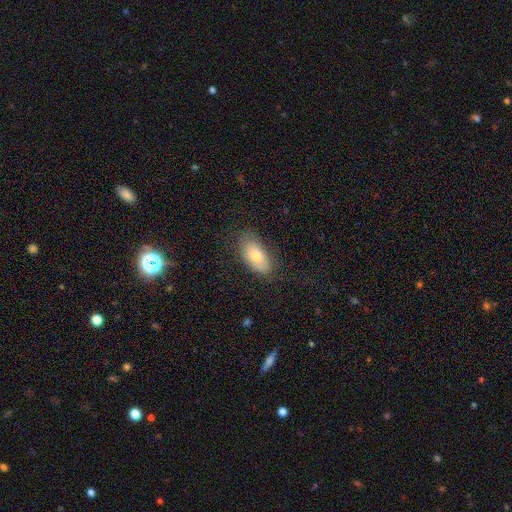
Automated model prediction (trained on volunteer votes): Smooth or featured? smooth (73%)
How rounded? in between (92%)
Merging? none (73%)